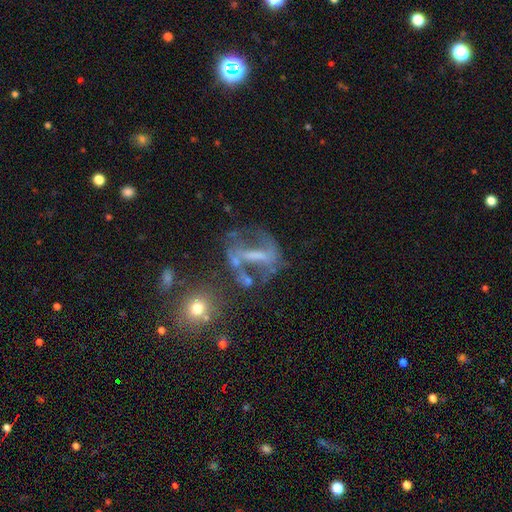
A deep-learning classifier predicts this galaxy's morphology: This is likely a featured or disk galaxy (64%). It is clearly not viewed edge-on (91%). Bar: possibly strong (49%). Spiral arm pattern: possibly yes (51%). Central bulge: possibly none (47%). Merging: marginally none (39%).